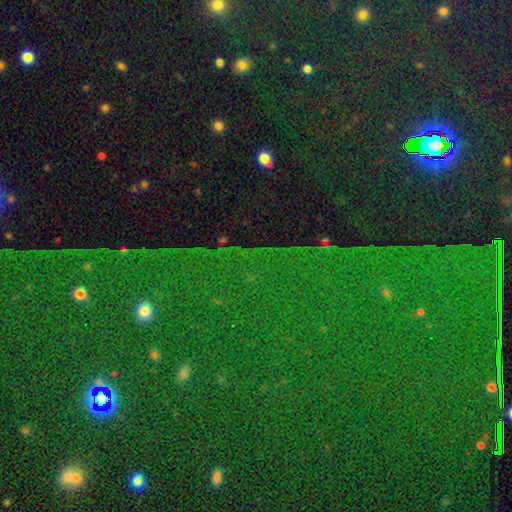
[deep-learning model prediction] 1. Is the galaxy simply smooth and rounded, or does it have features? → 81% star or artifact, 10% smooth, 9% featured or disk.